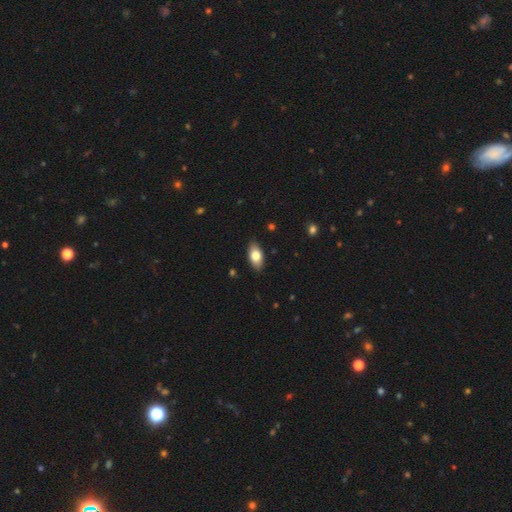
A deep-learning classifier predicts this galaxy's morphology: The model was most divided on "smooth or featured": smooth: 79%, featured or disk: 15%, star or artifact: 7%. More confident: how rounded — in between (92%); merging — none (88%).